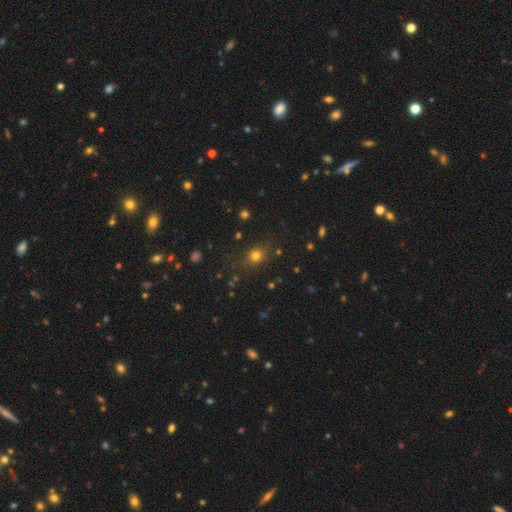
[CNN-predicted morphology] A smooth galaxy with no disk features (74%) that is round (73%). Merging: none (81%).